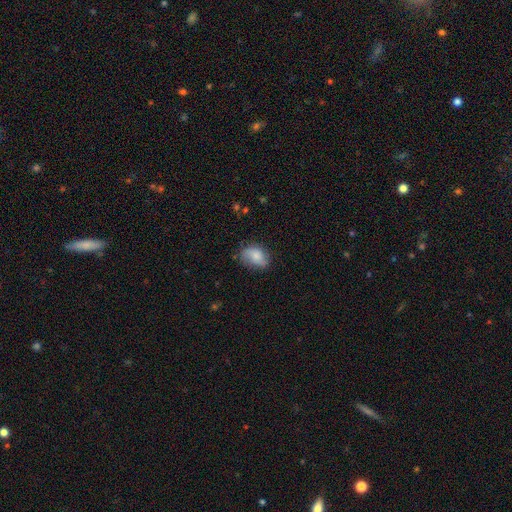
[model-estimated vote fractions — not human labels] Smooth or featured? smooth (63%)
How rounded? in between (75%)
Merging? none (65%)